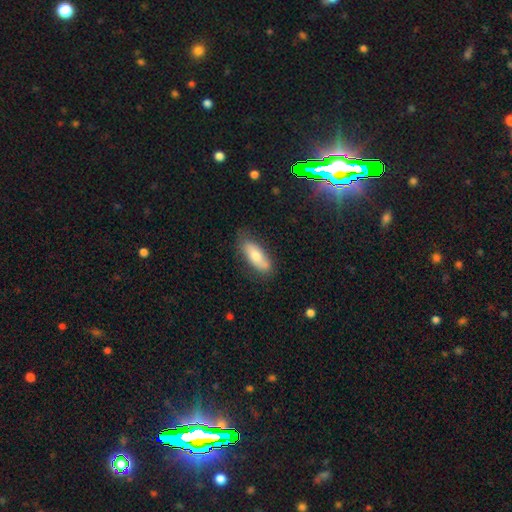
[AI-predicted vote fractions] Smooth or featured? smooth (70%)
How rounded? in between (68%)
Merging? none (76%)